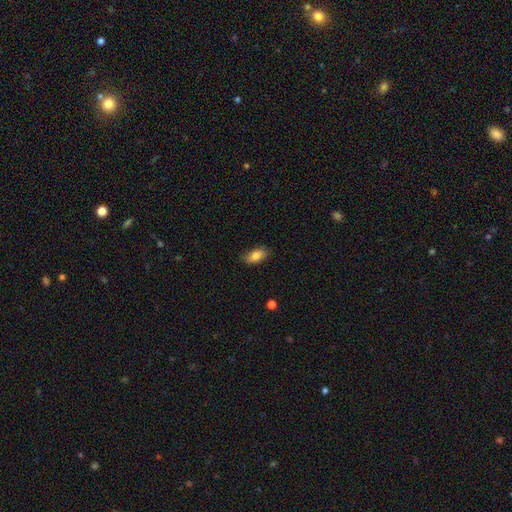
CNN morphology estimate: smooth-or-featured: smooth: 82% | featured or disk: 11% | star or artifact: 7%
  how-rounded: in between: 90% | cigar-shaped: 6% | round: 4%
  merging: none: 80% | minor disturbance: 16% | major disturbance: 3% | merger: 1%